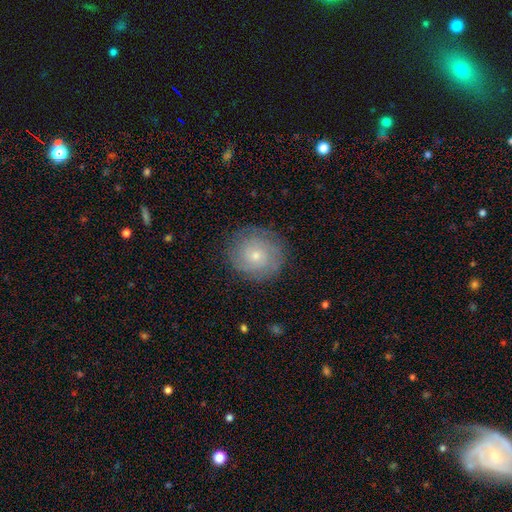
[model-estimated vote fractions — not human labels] Smooth or featured?
  - featured or disk: 61% *
  - smooth: 30%
  - star or artifact: 9%
Edge-on disk?
  - no: 97% *
  - yes: 3%
Bar?
  - no: 82% *
  - weak: 16%
  - strong: 3%
Spiral arms?
  - yes: 87% *
  - no: 13%
Spiral winding?
  - tight: 75% *
  - medium: 20%
  - loose: 5%
Spiral arm count?
  - can't tell: 42% *
  - 2: 27%
  - 3: 14%
  - 4: 7%
  - 1: 5%
  - more than 4: 5%
Bulge size?
  - small: 68% *
  - moderate: 28%
  - none: 2%
  - large: 1%
  - dominant: 1%
Merging?
  - none: 84% *
  - minor disturbance: 11%
  - major disturbance: 4%
  - merger: 1%